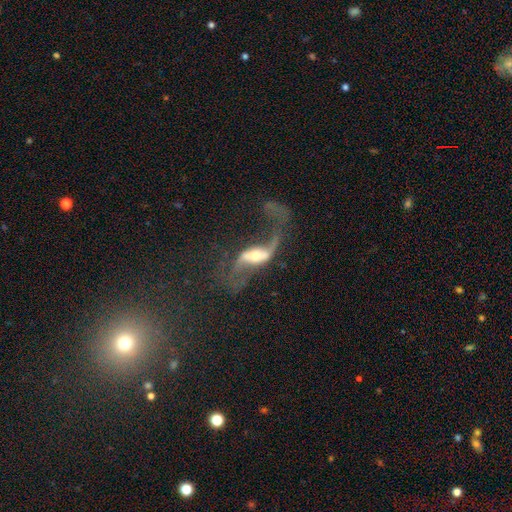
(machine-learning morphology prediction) Q: Smooth or featured?
A: featured or disk (82%); runner-up: smooth (11%)
Q: Edge-on disk?
A: no (89%); runner-up: yes (11%)
Q: Bar?
A: strong (43%); runner-up: weak (33%)
Q: Spiral arms?
A: yes (89%); runner-up: no (11%)
Q: Spiral winding?
A: loose (90%); runner-up: medium (7%)
Q: Spiral arm count?
A: 2 (88%); runner-up: 1 (6%)
Q: Bulge size?
A: moderate (45%); runner-up: small (26%)
Q: Merging?
A: none (39%); runner-up: major disturbance (38%)